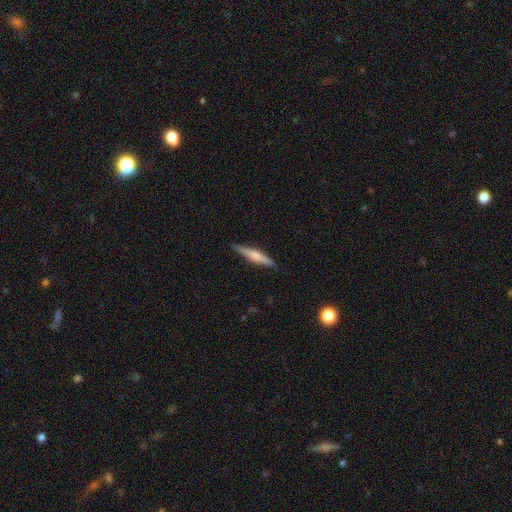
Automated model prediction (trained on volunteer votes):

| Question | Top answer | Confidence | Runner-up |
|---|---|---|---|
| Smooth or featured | featured or disk | 48% | smooth (46%) |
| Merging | none | 88% | minor disturbance (9%) |